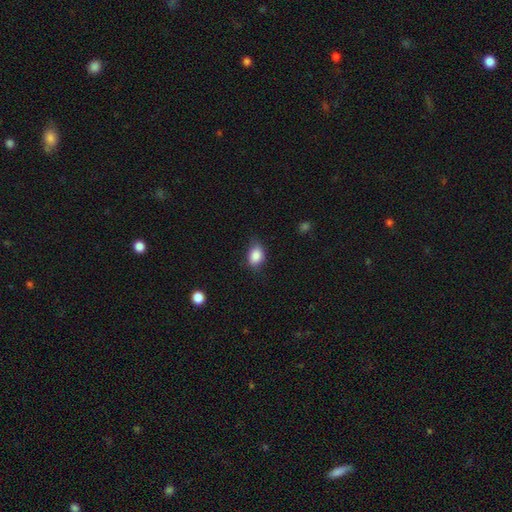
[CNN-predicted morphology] Overall: smooth (86%). How rounded: in between (75%). Merging: none (68%).